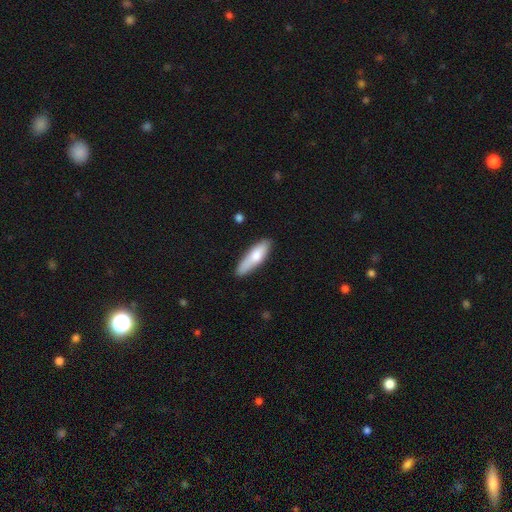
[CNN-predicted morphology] Smooth or featured: smooth — 73% (featured or disk — 22%)
How rounded: cigar-shaped — 62% (in between — 36%)
Merging: none — 76% (minor disturbance — 18%)